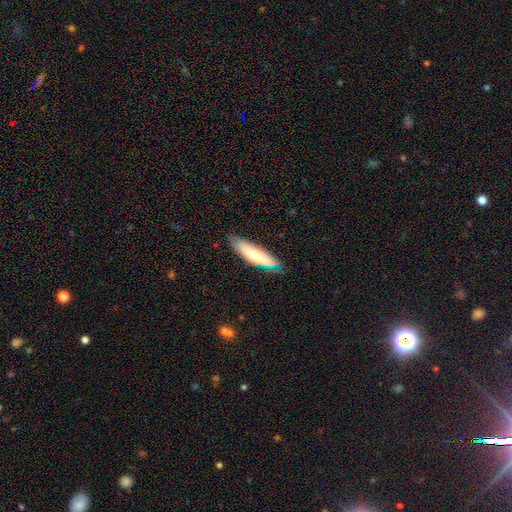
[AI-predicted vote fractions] The model was most divided on "how rounded": cigar-shaped: 68%, in between: 31%, round: 1%. More confident: merging — none (74%); smooth or featured — smooth (70%).